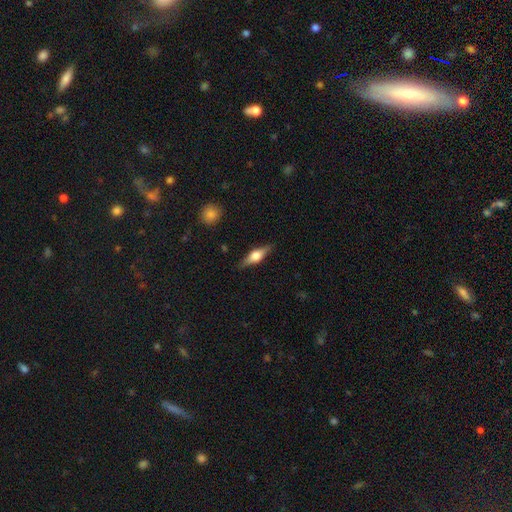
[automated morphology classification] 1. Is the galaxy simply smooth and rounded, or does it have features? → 59% featured or disk, 35% smooth, 6% star or artifact.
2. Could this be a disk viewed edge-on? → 94% yes, 6% no.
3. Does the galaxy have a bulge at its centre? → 91% rounded, 8% boxy, 2% none.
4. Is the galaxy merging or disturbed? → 87% none, 10% minor disturbance, 2% major disturbance, 1% merger.